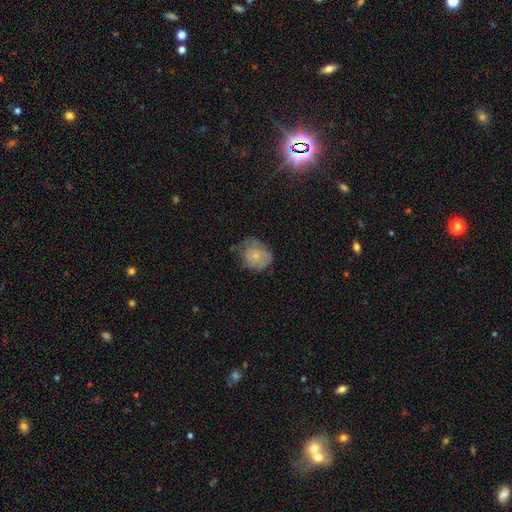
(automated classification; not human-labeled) Morphology: type=smooth (67%); roundness=round (69%); merging=none (52%).